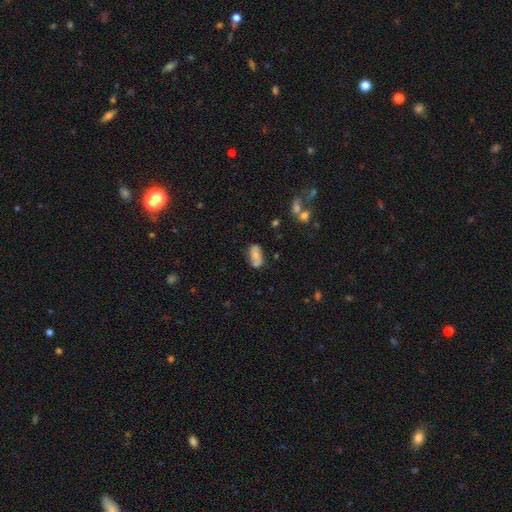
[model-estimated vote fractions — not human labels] Smooth or featured? Predicted: smooth (p=0.59). How rounded? Predicted: in between (p=0.89). Merging? Predicted: none (p=0.59).